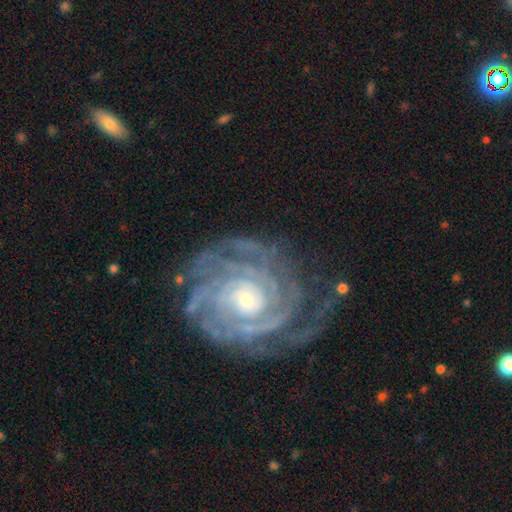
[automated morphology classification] Smooth or featured?
  - featured or disk: 89% *
  - star or artifact: 6%
  - smooth: 5%
Edge-on disk?
  - no: 97% *
  - yes: 3%
Bar?
  - no: 70% *
  - weak: 21%
  - strong: 9%
Spiral arms?
  - yes: 97% *
  - no: 3%
Spiral winding?
  - tight: 81% *
  - medium: 16%
  - loose: 3%
Spiral arm count?
  - can't tell: 26% *
  - 3: 21%
  - 4: 17%
  - 2: 17%
  - more than 4: 12%
  - 1: 8%
Bulge size?
  - moderate: 54% *
  - small: 37%
  - large: 6%
  - none: 1%
  - dominant: 1%
Merging?
  - none: 74% *
  - minor disturbance: 16%
  - major disturbance: 8%
  - merger: 2%